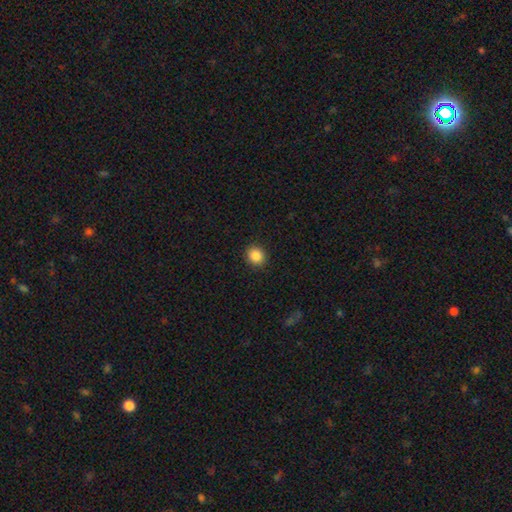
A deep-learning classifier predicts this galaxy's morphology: smooth 86%, star or artifact 10%, featured or disk 4%. Down the decision tree: how rounded — round (84%); merging — none (91%).